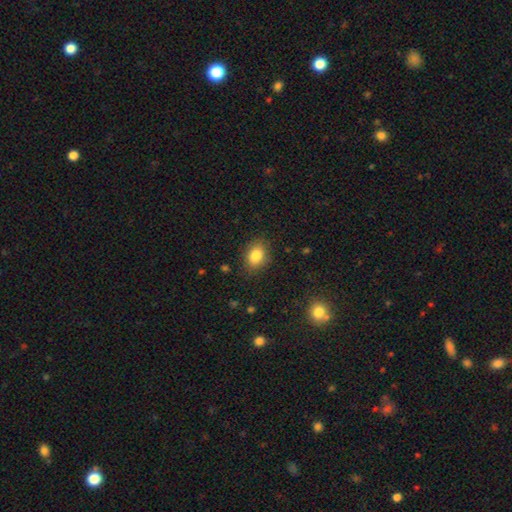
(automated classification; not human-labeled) smooth-or-featured: smooth: 84% | star or artifact: 10% | featured or disk: 7%
  how-rounded: in between: 66% | round: 33% | cigar-shaped: 1%
  merging: none: 84% | minor disturbance: 12% | major disturbance: 3% | merger: 1%